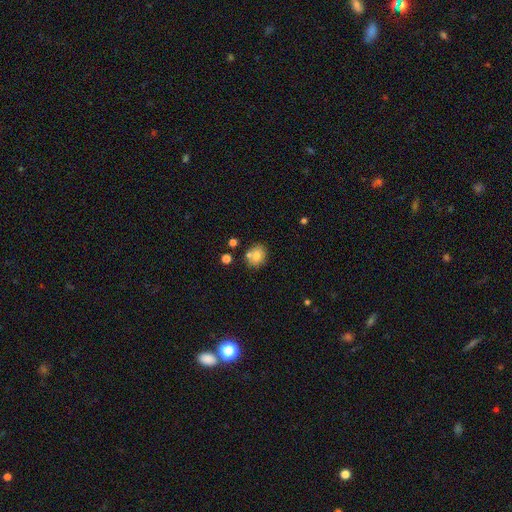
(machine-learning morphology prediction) smooth_or_featured: smooth (p=0.74) [alt: featured or disk p=0.14]
how_rounded: round (p=0.67) [alt: in between p=0.32]
merging: none (p=0.69) [alt: merger p=0.15]